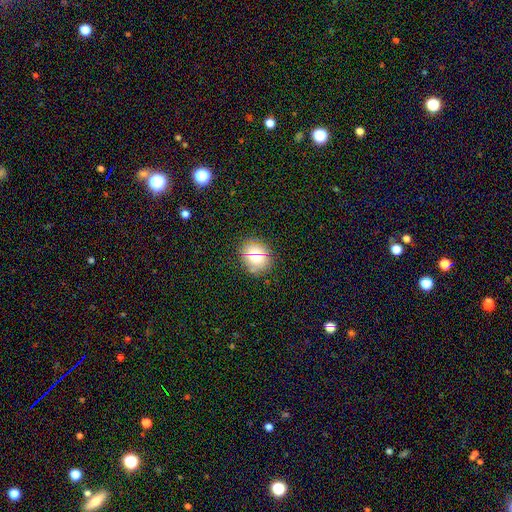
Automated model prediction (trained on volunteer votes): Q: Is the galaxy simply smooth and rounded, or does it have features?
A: smooth — 73%.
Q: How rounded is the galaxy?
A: round — 65%.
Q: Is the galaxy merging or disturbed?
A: none — 85%.